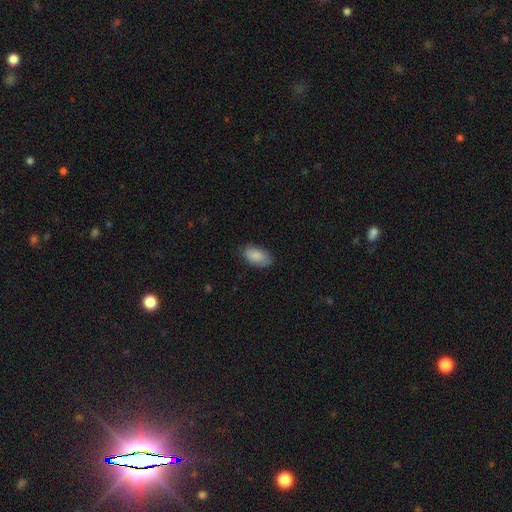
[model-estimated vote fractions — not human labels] Morphology: type=smooth (87%); roundness=in between (94%); merging=none (78%).